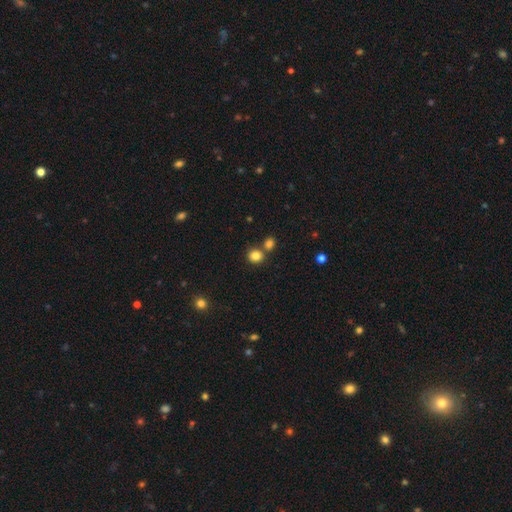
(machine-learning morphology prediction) Smooth or featured: smooth — 83% (star or artifact — 12%)
How rounded: round — 84% (in between — 15%)
Merging: none — 66% (merger — 24%)